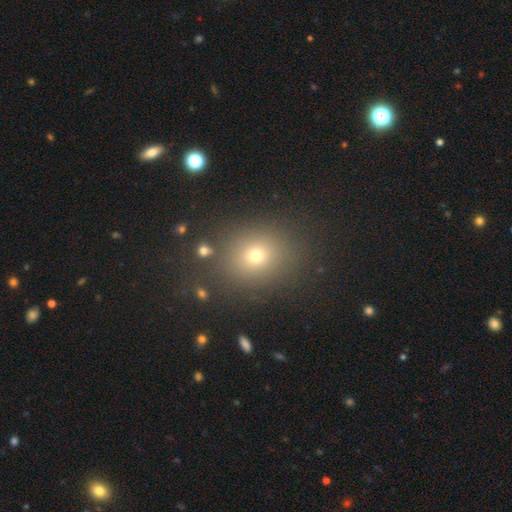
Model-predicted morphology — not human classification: Smooth or featured? Predicted: smooth (p=0.70). How rounded? Predicted: round (p=0.70). Merging? Predicted: none (p=0.84).